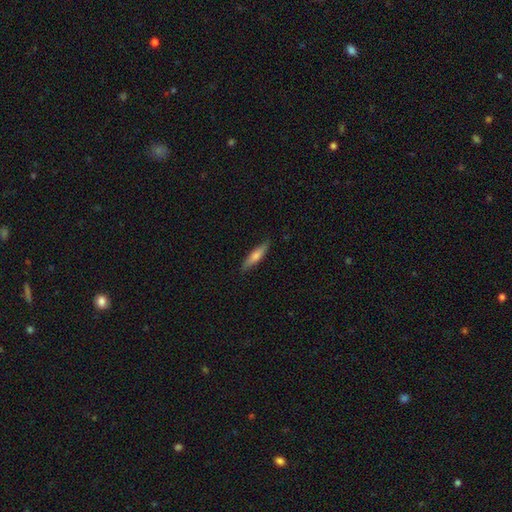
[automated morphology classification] type=smooth (59%); roundness=cigar-shaped (81%); merging=none (86%).